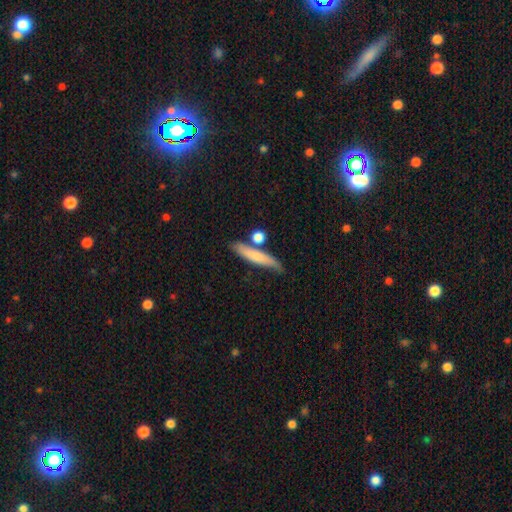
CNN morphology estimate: Smooth or featured?
  - smooth: 66% *
  - featured or disk: 28%
  - star or artifact: 6%
How rounded?
  - cigar-shaped: 83% *
  - in between: 14%
  - round: 3%
Merging?
  - none: 64% *
  - minor disturbance: 17%
  - merger: 14%
  - major disturbance: 5%